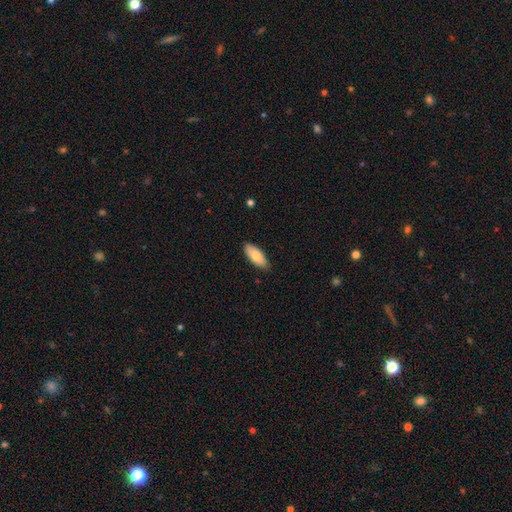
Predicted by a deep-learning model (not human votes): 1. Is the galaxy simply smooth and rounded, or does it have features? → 79% smooth, 15% featured or disk, 6% star or artifact.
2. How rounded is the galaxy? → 81% in between, 17% cigar-shaped, 2% round.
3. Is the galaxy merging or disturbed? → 84% none, 13% minor disturbance, 2% major disturbance, 1% merger.